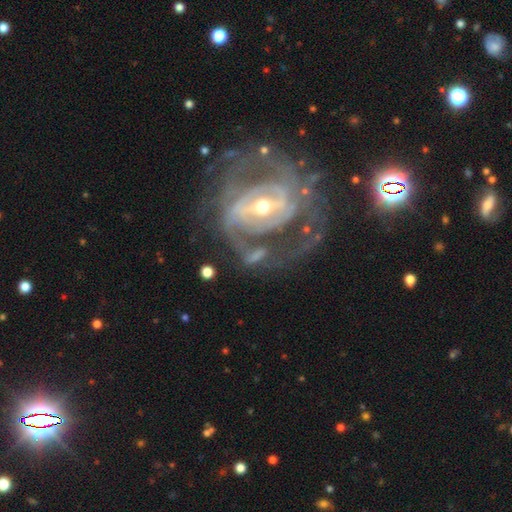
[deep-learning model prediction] Overall: featured or disk (88%). Edge-on disk: no (96%). Bar: strong (57%; weak 29%). Spiral arms: yes (91%). Spiral arm count: 2 (49%; can't tell 20%). Spiral winding: tight (41%, tied with medium). Bulge size: moderate (59%; small 34%). Merging: none (47%; major disturbance 25%).